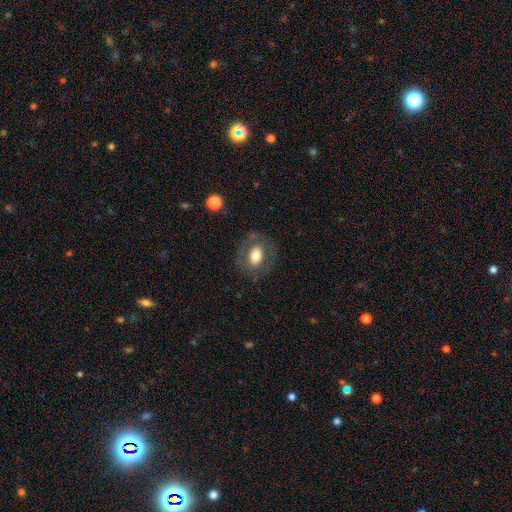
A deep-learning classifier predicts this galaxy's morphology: Smooth or featured? Predicted: smooth (p=0.60). How rounded? Predicted: in between (p=0.57). Merging? Predicted: none (p=0.77).